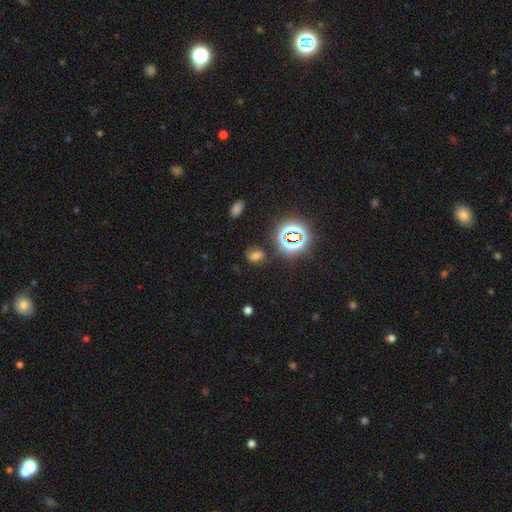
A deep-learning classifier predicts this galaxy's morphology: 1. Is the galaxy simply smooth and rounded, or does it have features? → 54% smooth, 35% star or artifact, 11% featured or disk.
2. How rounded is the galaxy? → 69% in between, 28% round, 3% cigar-shaped.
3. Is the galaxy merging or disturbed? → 76% none, 14% minor disturbance, 5% major disturbance, 4% merger.